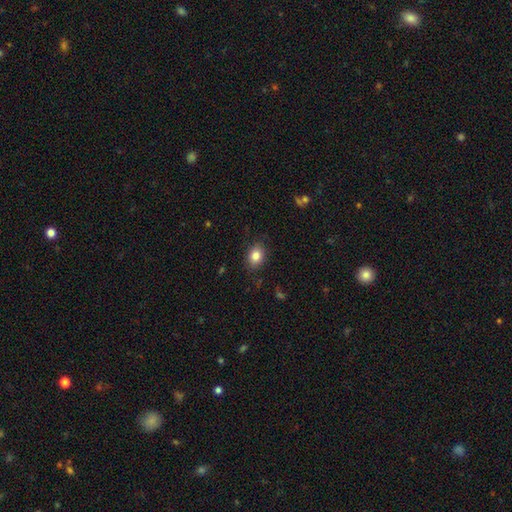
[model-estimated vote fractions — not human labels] This appears to be a smooth galaxy with no disk features (84%) that is in between round and cigar-shaped (59%). Merging: none (85%).